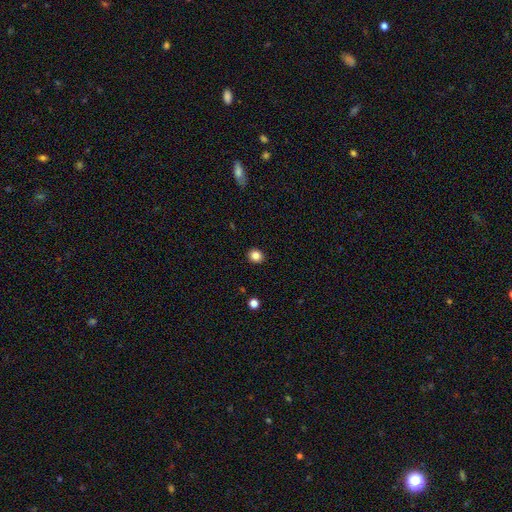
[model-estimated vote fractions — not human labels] Smooth or featured?
  - smooth: 85% *
  - star or artifact: 11%
  - featured or disk: 4%
How rounded?
  - round: 77% *
  - in between: 23%
  - cigar-shaped: 1%
Merging?
  - none: 92% *
  - minor disturbance: 5%
  - major disturbance: 2%
  - merger: 1%